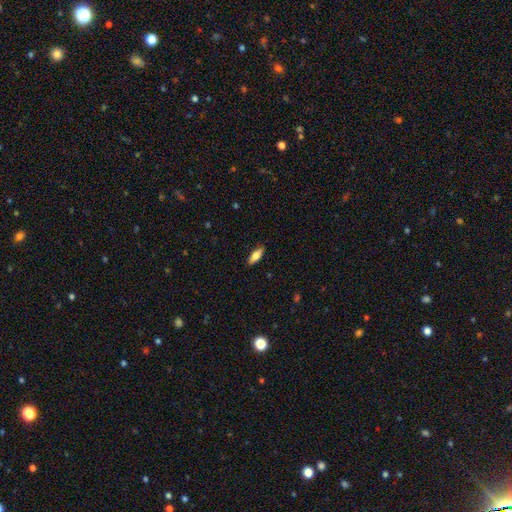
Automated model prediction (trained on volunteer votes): Smooth or featured? Predicted: smooth (p=0.67). How rounded? Predicted: in between (p=0.67). Merging? Predicted: none (p=0.88).